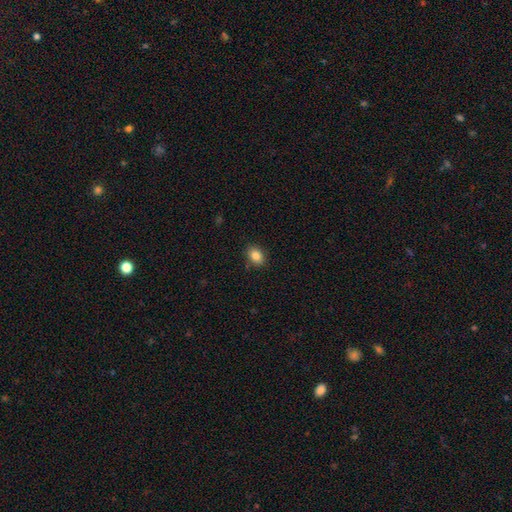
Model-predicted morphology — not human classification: Overall: smooth (85%). How rounded: in between (72%). Merging: none (87%).